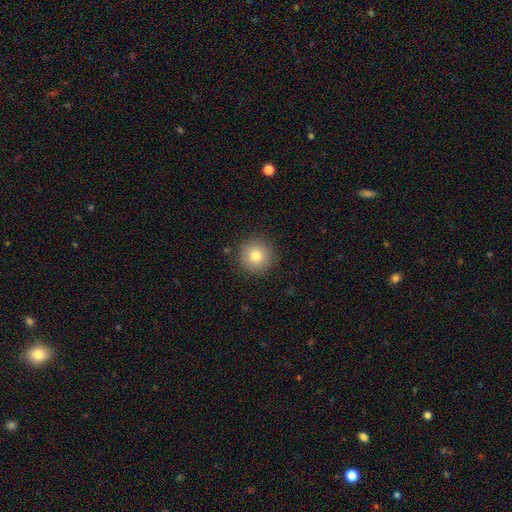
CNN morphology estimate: smooth 80%, star or artifact 11%, featured or disk 9%. Down the decision tree: how rounded — round (95%); merging — none (90%).